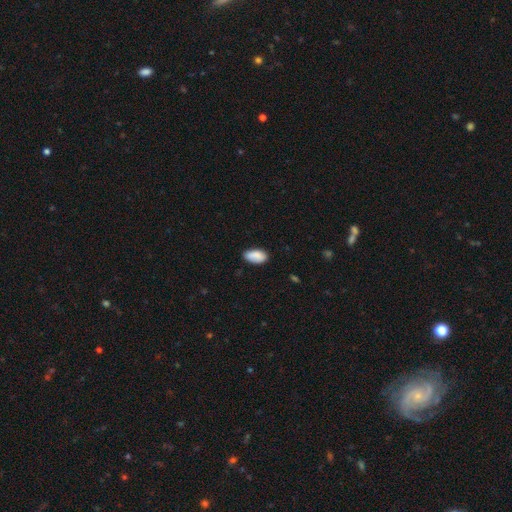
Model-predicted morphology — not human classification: Smooth or featured: smooth — 87% (star or artifact — 7%)
How rounded: in between — 93% (cigar-shaped — 4%)
Merging: none — 80% (minor disturbance — 16%)